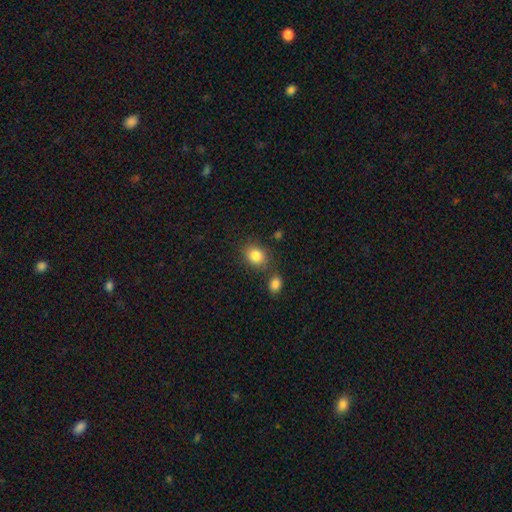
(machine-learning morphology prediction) Overall: smooth (84%). How rounded: round (58%; in between 41%). Merging: none (72%).